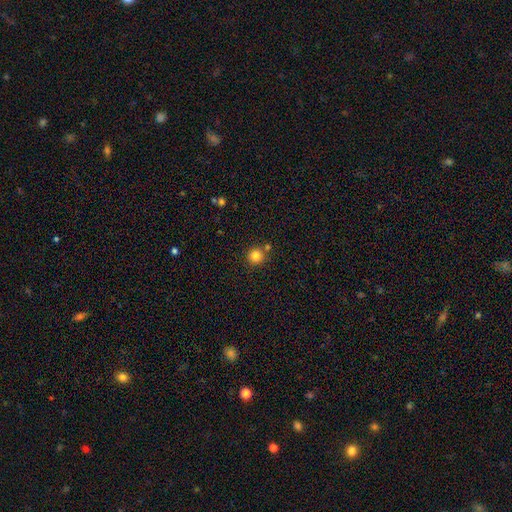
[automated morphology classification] A smooth galaxy with no disk features (83%) that is round (94%).

Vote fractions:
- Smooth or featured? smooth: 83% / star or artifact: 12% / featured or disk: 5%
- How rounded? round: 94% / in between: 5% / cigar-shaped: 1%
- Merging? none: 79% / merger: 11% / minor disturbance: 8% / major disturbance: 2%